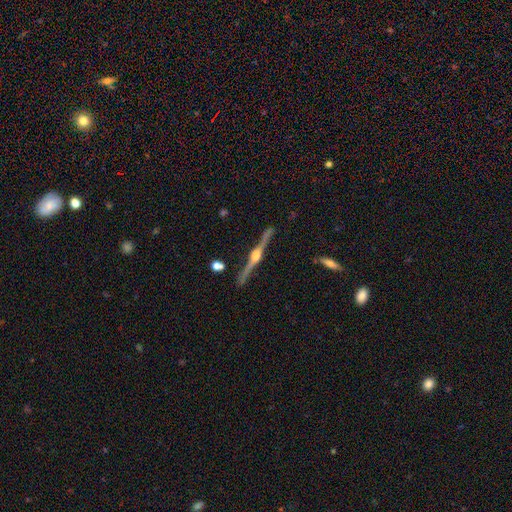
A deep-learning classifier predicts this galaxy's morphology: Q: Smooth or featured?
A: featured or disk (90%); runner-up: star or artifact (5%)
Q: Edge-on disk?
A: yes (99%); runner-up: no (1%)
Q: Edge-on bulge?
A: rounded (95%); runner-up: boxy (3%)
Q: Merging?
A: none (90%); runner-up: minor disturbance (7%)